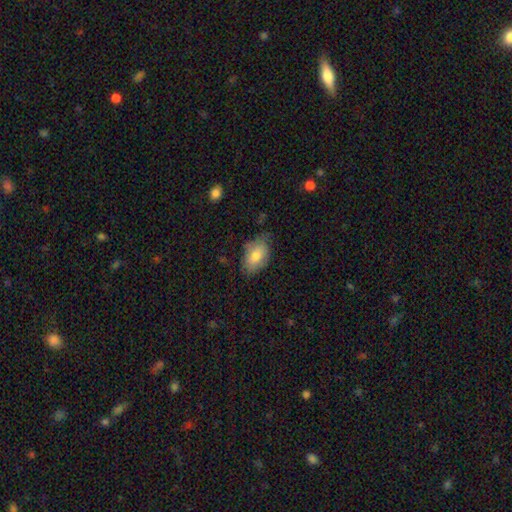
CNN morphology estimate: Smooth or featured? Predicted: smooth (p=0.75). How rounded? Predicted: in between (p=0.90). Merging? Predicted: none (p=0.63).